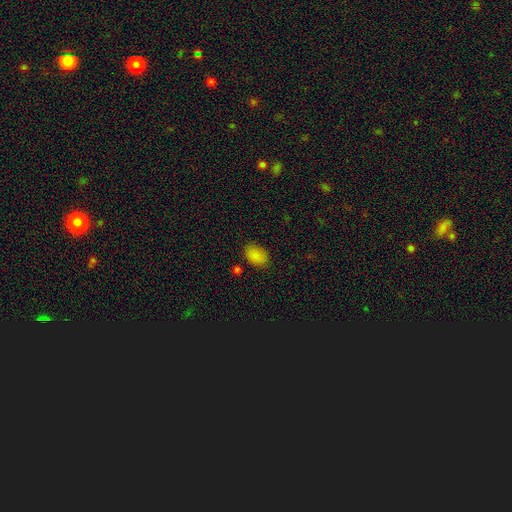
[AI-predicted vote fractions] This appears to be a smooth galaxy with no disk features (85%) that is in between round and cigar-shaped (84%). Merging: none (82%).